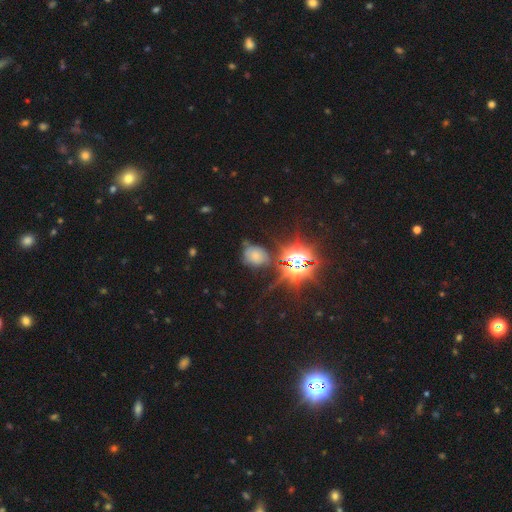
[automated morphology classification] Overall: smooth (46%; star or artifact 39%). Merging: none (63%).